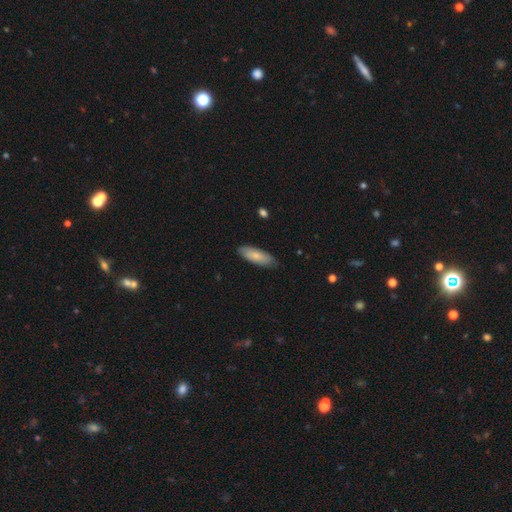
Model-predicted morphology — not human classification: smooth 75%, featured or disk 20%, star or artifact 6%. Down the decision tree: how rounded — in between (61%); merging — none (82%).